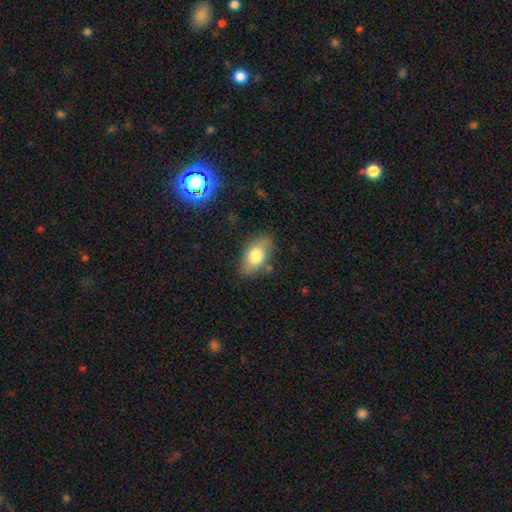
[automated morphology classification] smooth 75%, featured or disk 18%, star or artifact 7%. Down the decision tree: how rounded — in between (90%); merging — none (80%).